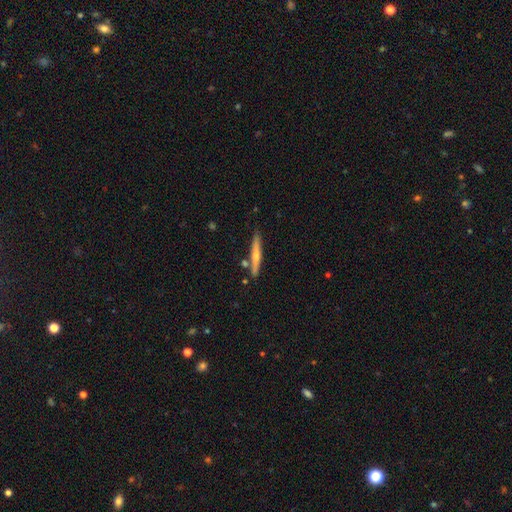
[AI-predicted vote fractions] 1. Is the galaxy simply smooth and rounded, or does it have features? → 49% smooth, 45% featured or disk, 6% star or artifact.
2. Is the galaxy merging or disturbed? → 81% none, 11% minor disturbance, 7% merger, 2% major disturbance.